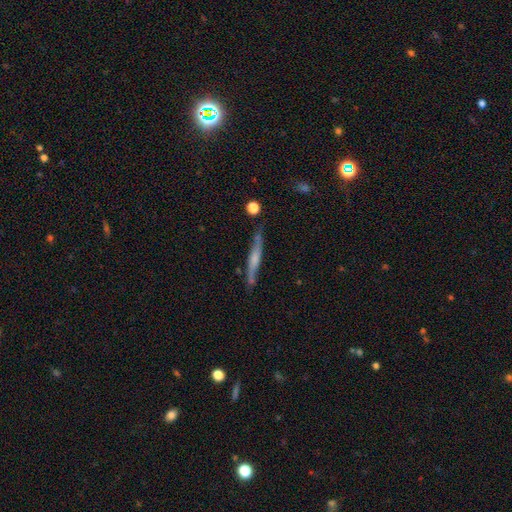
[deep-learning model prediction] Smooth or featured: featured or disk — 64% (smooth — 28%)
Edge-on disk: yes — 90% (no — 10%)
Edge-on bulge: rounded — 47% (none — 36%)
Merging: none — 81% (minor disturbance — 14%)